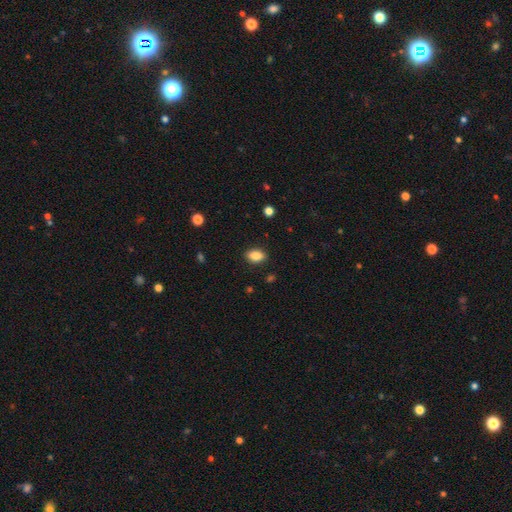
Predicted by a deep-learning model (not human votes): Smooth or featured? Predicted: smooth (p=0.87). How rounded? Predicted: in between (p=0.88). Merging? Predicted: none (p=0.88).